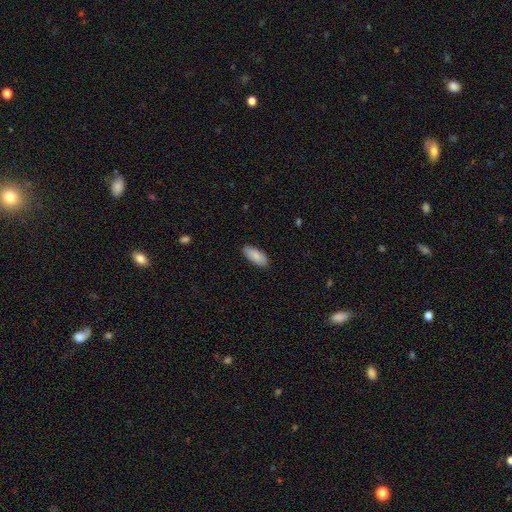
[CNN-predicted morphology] type=smooth (87%); roundness=in between (87%); merging=none (87%).